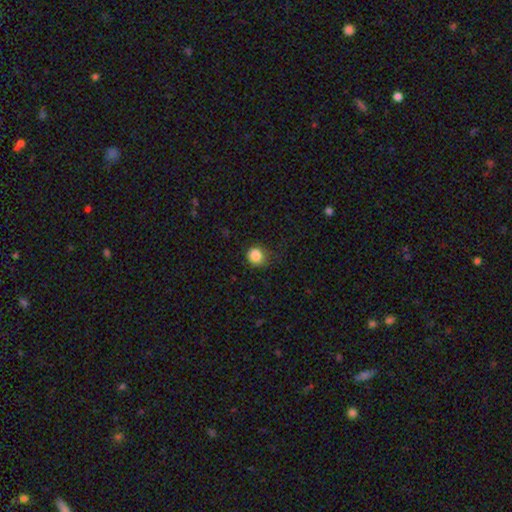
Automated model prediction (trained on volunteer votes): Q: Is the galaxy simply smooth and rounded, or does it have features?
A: smooth — 86%.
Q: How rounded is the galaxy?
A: round — 85%.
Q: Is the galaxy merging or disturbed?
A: none — 76%.